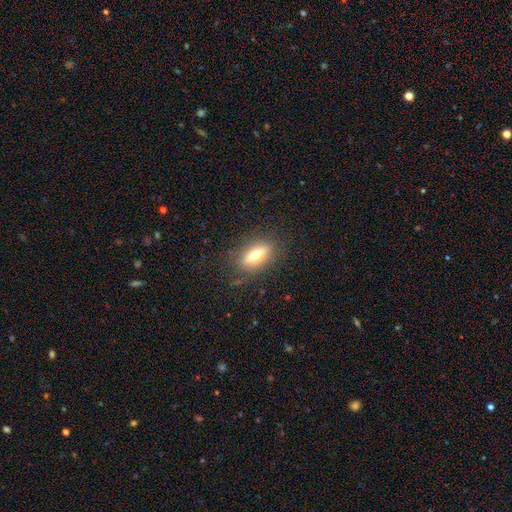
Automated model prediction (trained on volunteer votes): This appears to be a smooth galaxy with no disk features (54%) that is in between round and cigar-shaped (63%). Merging: none (81%).